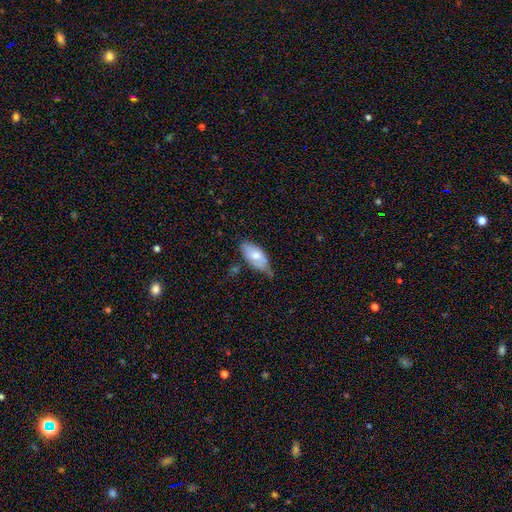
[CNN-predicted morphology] Smooth or featured? smooth (63%)
How rounded? in between (91%)
Merging? none (45%)